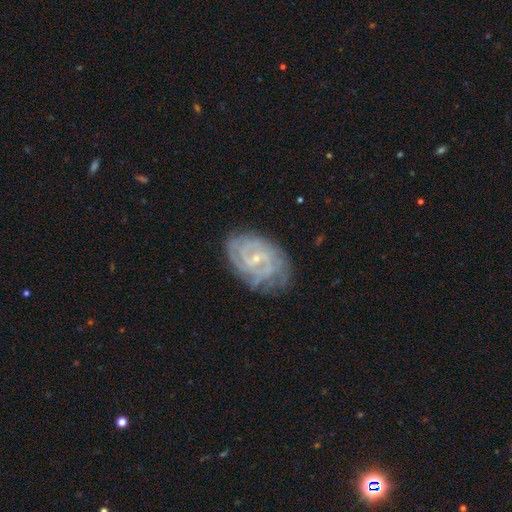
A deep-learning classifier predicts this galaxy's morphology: smooth-or-featured: featured or disk: 69% | smooth: 16% | star or artifact: 15%
  disk-edge-on: no: 96% | yes: 4%
    bar: weak: 47% | no: 37% | strong: 16%
    has-spiral-arms: yes: 90% | no: 10%
      spiral-winding: tight: 66% | medium: 26% | loose: 8%
      spiral-arm-count: can't tell: 42% | 2: 21% | 3: 13% | 4: 11% | more than 4: 7% | 1: 6%
    bulge-size: small: 70% | moderate: 22% | none: 5% | large: 1% | dominant: 1%
  merging: none: 79% | minor disturbance: 14% | major disturbance: 5% | merger: 1%